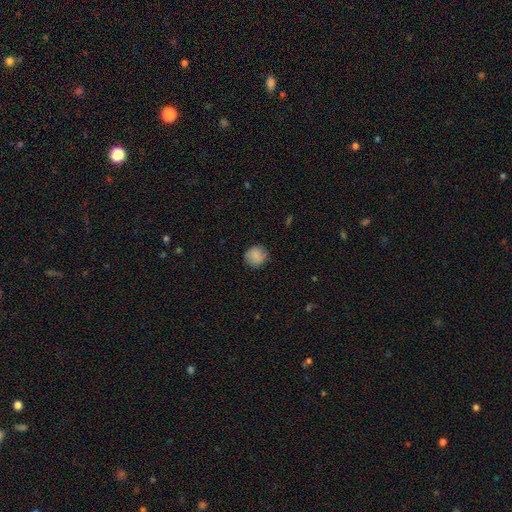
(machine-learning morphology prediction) smooth 84%, star or artifact 8%, featured or disk 7%. Down the decision tree: how rounded — round (90%); merging — none (84%).